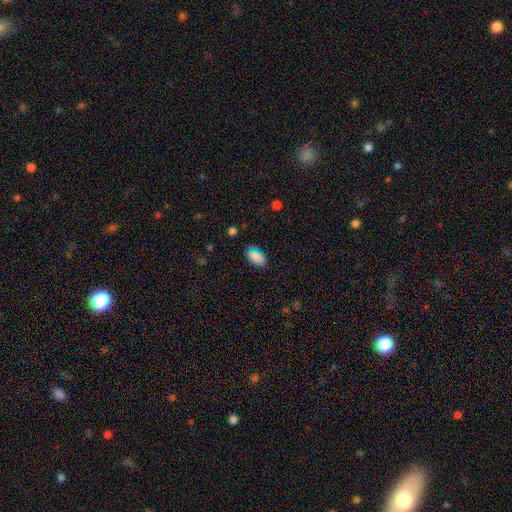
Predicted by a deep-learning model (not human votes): Smooth or featured? smooth (78%)
How rounded? in between (91%)
Merging? none (80%)